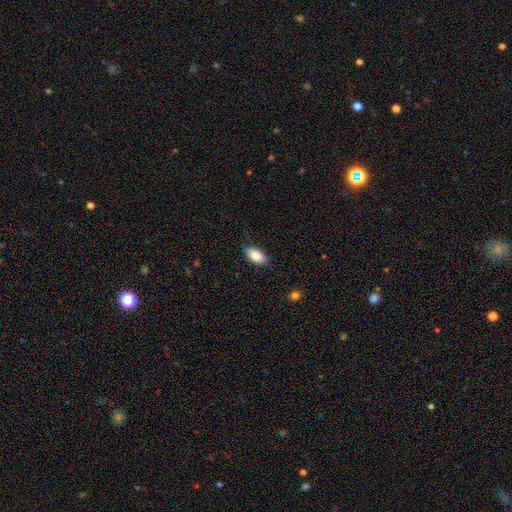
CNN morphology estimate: type=smooth (86%); roundness=in between (92%); merging=none (84%).